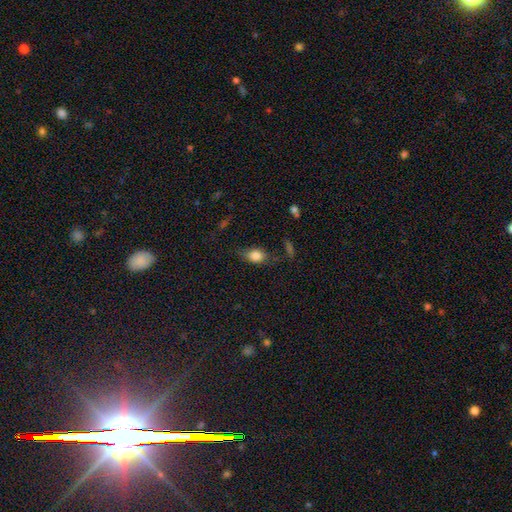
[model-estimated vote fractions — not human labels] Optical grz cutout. It shows a smooth galaxy with no disk features (80%) that is in between round and cigar-shaped (72%). Merging: none (63%).